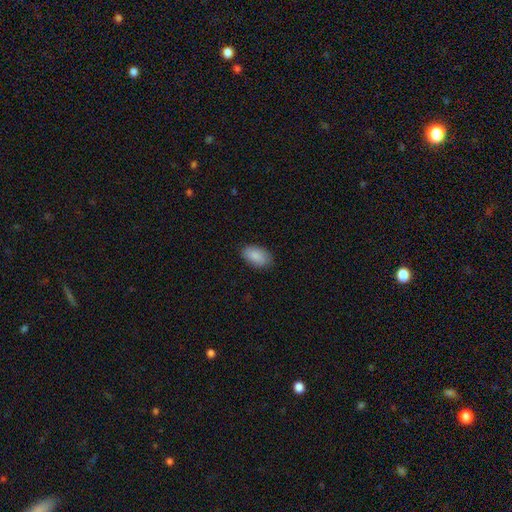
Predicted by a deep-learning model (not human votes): smooth_or_featured: smooth (p=0.87) [alt: featured or disk p=0.07]
how_rounded: in between (p=0.93) [alt: round p=0.06]
merging: none (p=0.81) [alt: minor disturbance p=0.15]